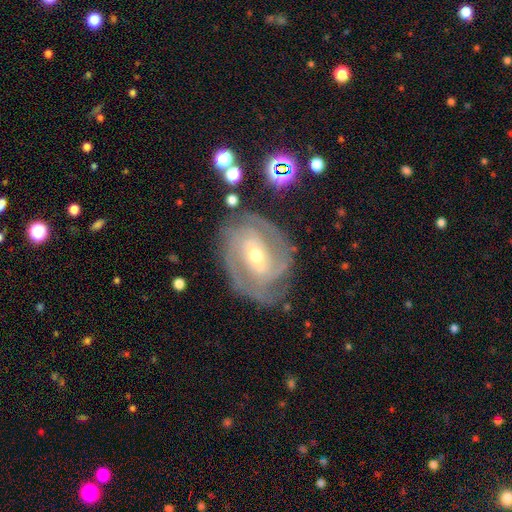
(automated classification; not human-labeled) Smooth or featured: featured or disk — 87% (smooth — 7%)
Edge-on disk: no — 96% (yes — 4%)
Bar: weak — 43% (strong — 31%)
Spiral arms: yes — 96% (no — 4%)
Spiral winding: tight — 62% (medium — 32%)
Spiral arm count: 2 — 43% (3 — 23%)
Bulge size: moderate — 49% (small — 48%)
Merging: none — 75% (minor disturbance — 16%)